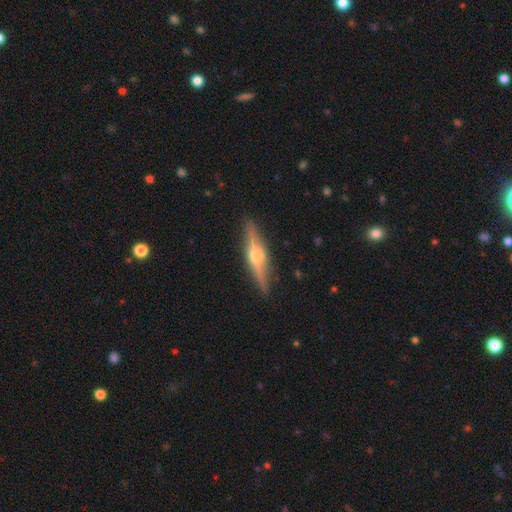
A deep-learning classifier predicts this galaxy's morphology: smooth-or-featured: featured or disk: 77% | smooth: 17% | star or artifact: 6%
  disk-edge-on: yes: 97% | no: 3%
    edge-on-bulge: rounded: 92% | boxy: 5% | none: 3%
  merging: none: 90% | minor disturbance: 8% | major disturbance: 2% | merger: 1%